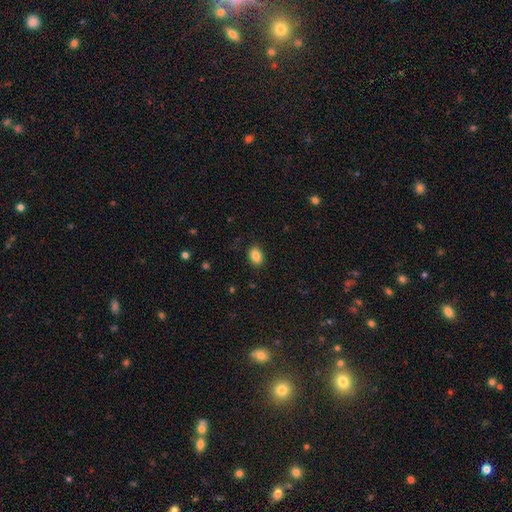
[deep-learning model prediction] The model was most divided on "how rounded": in between: 83%, round: 16%, cigar-shaped: 1%. More confident: merging — none (87%); smooth or featured — smooth (86%).